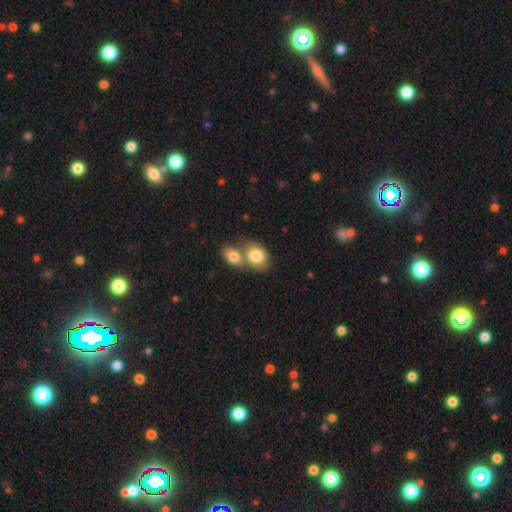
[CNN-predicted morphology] This is clearly a smooth galaxy (81%). How rounded: likely in between (66%). Merging: likely merger (62%).